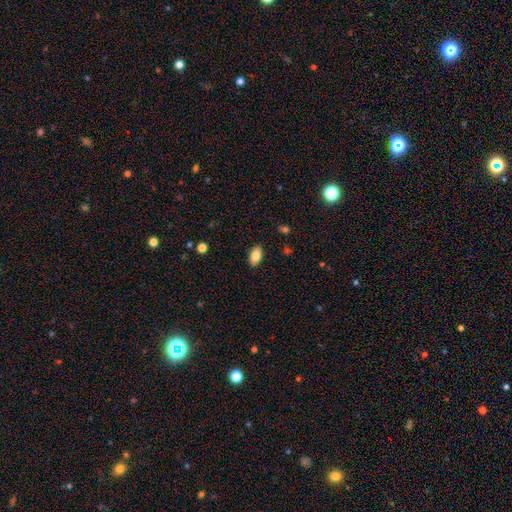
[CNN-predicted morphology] Smooth or featured: smooth — 81% (featured or disk — 12%)
How rounded: in between — 92% (round — 4%)
Merging: none — 89% (minor disturbance — 8%)